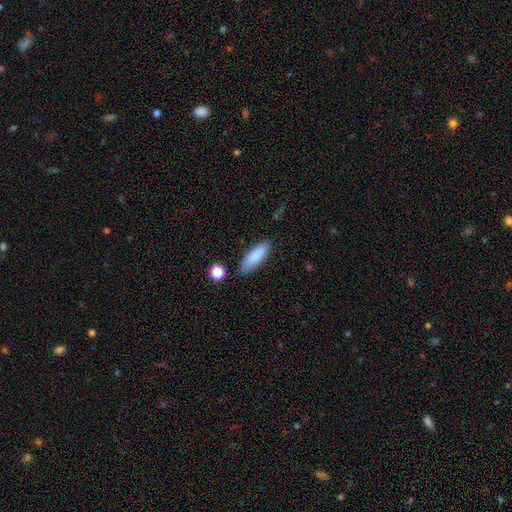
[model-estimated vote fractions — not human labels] This is clearly a smooth galaxy (85%). How rounded: possibly in between (59%). Merging: clearly none (82%).